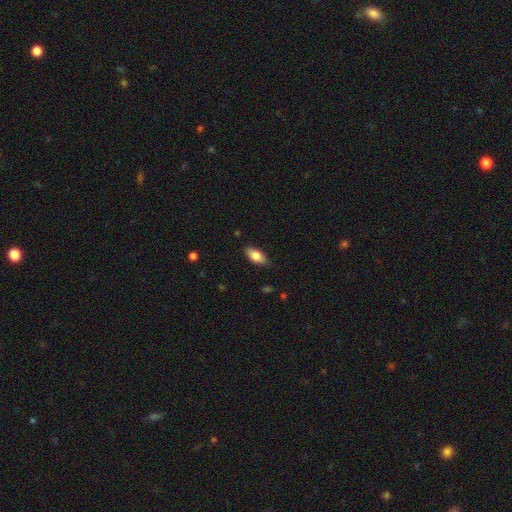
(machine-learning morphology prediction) A smooth galaxy with no disk features (82%) that is in between round and cigar-shaped (88%). Merging: none (81%).